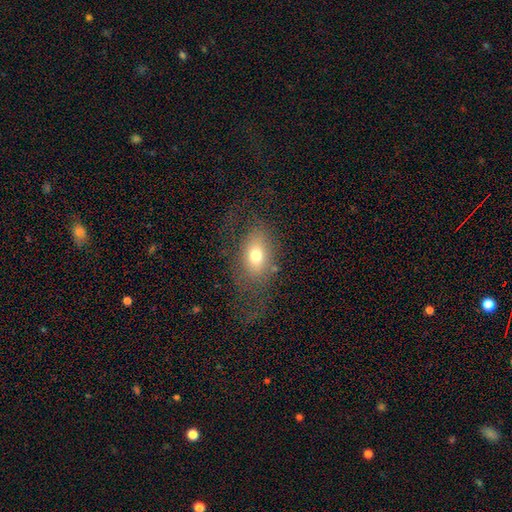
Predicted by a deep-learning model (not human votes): smooth_or_featured: smooth (p=0.65) [alt: featured or disk p=0.24]
how_rounded: in between (p=0.82) [alt: round p=0.15]
merging: none (p=0.51) [alt: major disturbance p=0.28]